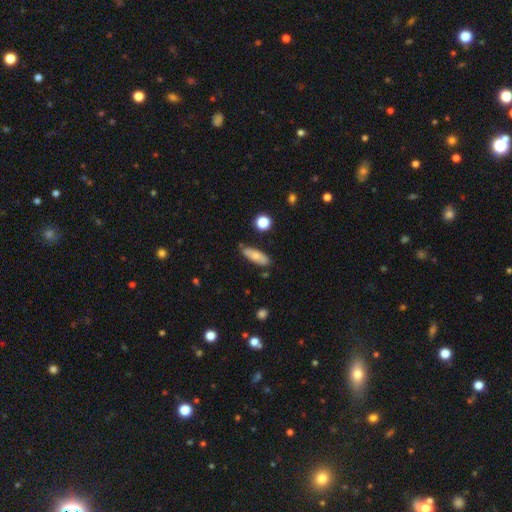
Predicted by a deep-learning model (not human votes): smooth_or_featured: smooth (p=0.68) [alt: featured or disk p=0.24]
how_rounded: in between (p=0.64) [alt: cigar-shaped p=0.33]
merging: none (p=0.76) [alt: minor disturbance p=0.17]